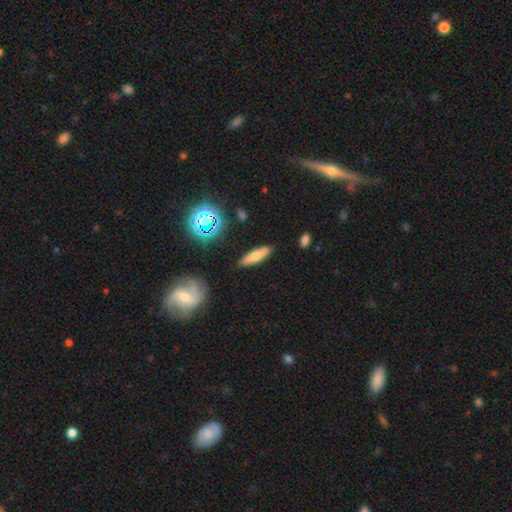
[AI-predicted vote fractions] Overall: smooth (70%). How rounded: cigar-shaped (69%). Merging: none (86%).